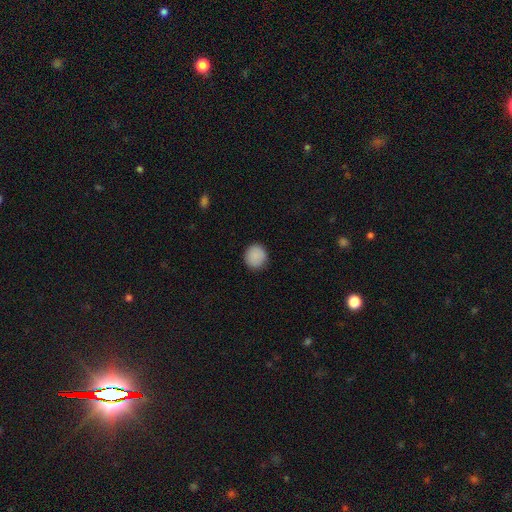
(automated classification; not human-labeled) Overall: smooth (89%). How rounded: round (89%). Merging: none (90%).